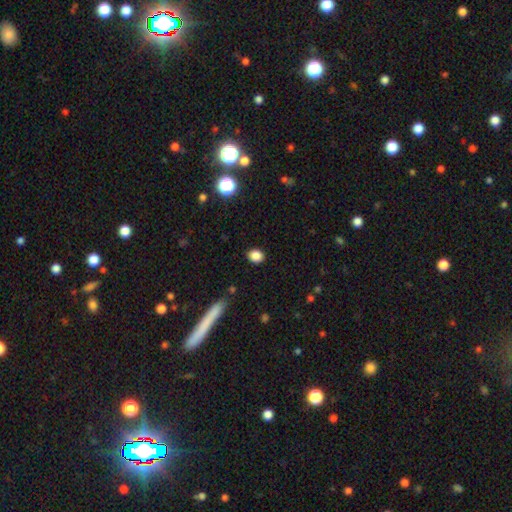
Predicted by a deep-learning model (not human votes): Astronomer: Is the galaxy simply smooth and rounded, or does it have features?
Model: smooth — 86%.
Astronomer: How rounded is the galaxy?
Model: round — 57% (runner-up: in between, 41%).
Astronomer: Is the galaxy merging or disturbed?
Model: none — 88%.